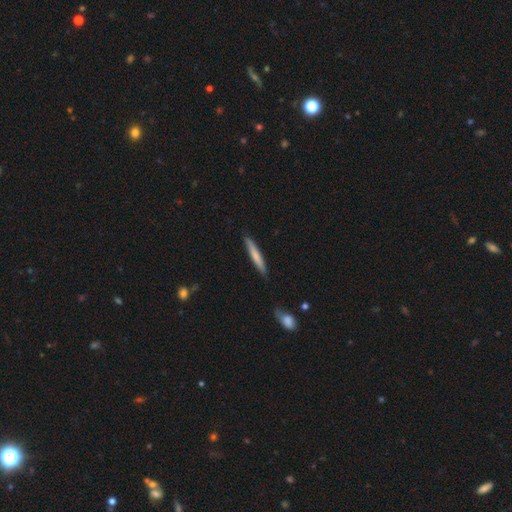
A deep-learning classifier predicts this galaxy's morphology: type=smooth (68%); roundness=cigar-shaped (94%); merging=none (87%).